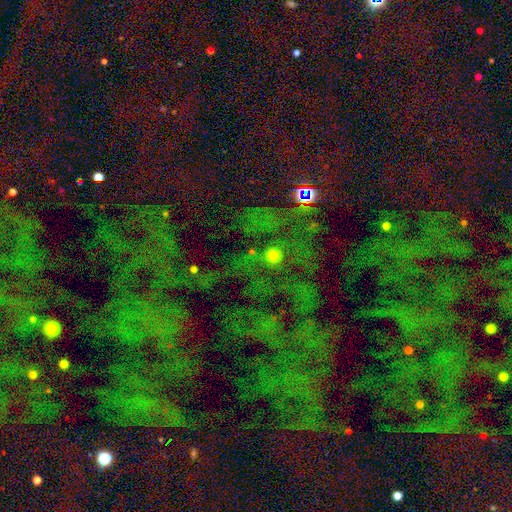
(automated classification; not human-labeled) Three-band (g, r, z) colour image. It shows a star or artifact, not a galaxy (80%).